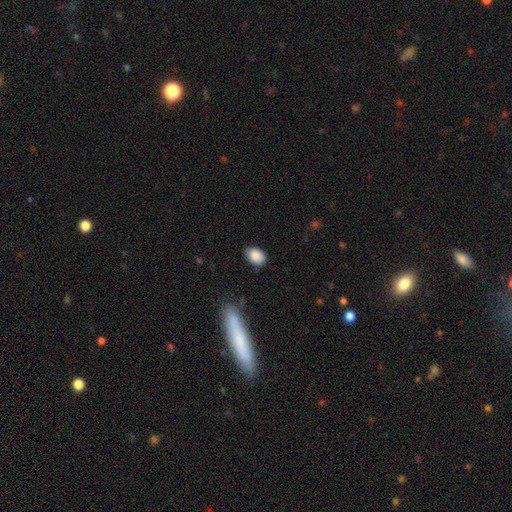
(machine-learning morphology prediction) This appears to be a smooth galaxy with no disk features (89%) that is in between round and cigar-shaped (81%). Merging: none (80%).